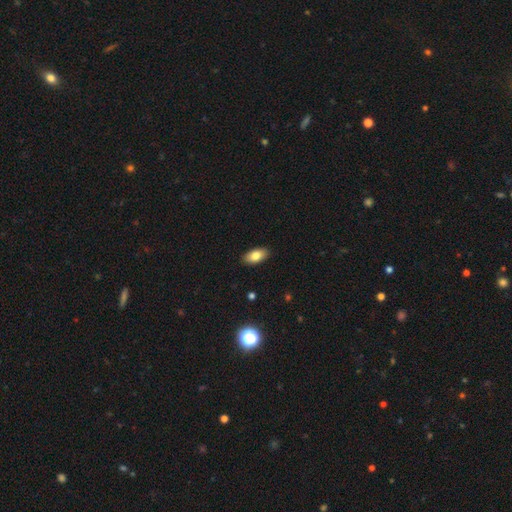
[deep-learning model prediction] Q: Smooth or featured?
A: smooth (82%); runner-up: featured or disk (11%)
Q: How rounded?
A: in between (92%); runner-up: cigar-shaped (4%)
Q: Merging?
A: none (90%); runner-up: minor disturbance (8%)